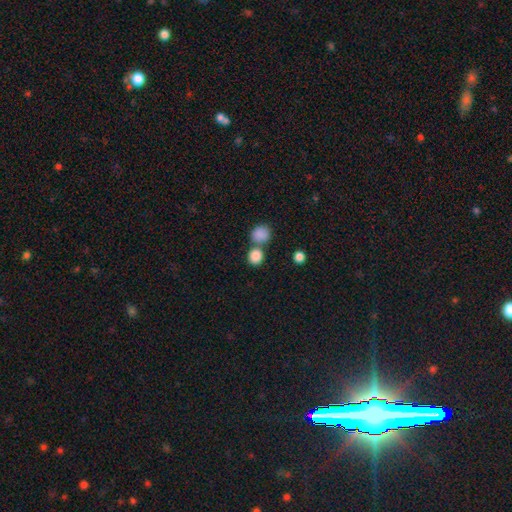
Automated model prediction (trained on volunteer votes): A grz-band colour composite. It shows a smooth galaxy with no disk features (85%) that is round (81%). Merging: none (56%).